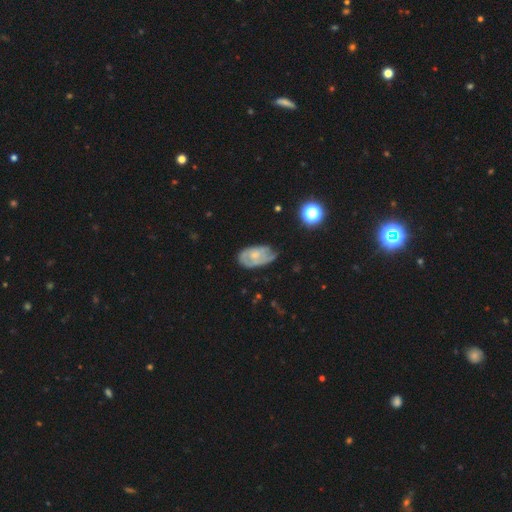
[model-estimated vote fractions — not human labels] featured or disk 54%, smooth 39%, star or artifact 8%. Down the decision tree: edge-on disk — no (94%); bar — no (80%); spiral arms — yes (59%); bulge size — small (44%); merging — none (48%).